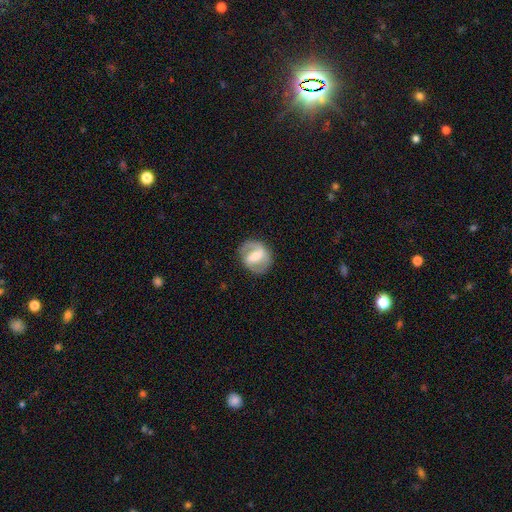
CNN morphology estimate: The model was most divided on "bar": strong: 50%, weak: 36%, no: 13%. Remaining: edge-on disk — no (97%); spiral arm count — 2 (86%); merging — none (82%); spiral arms — yes (81%); smooth or featured — featured or disk (73%); bulge size — moderate (49%); spiral winding — medium (48%).